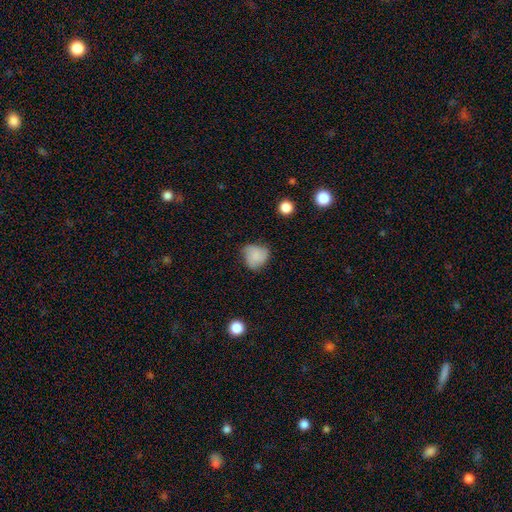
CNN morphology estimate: A smooth galaxy with no disk features (73%) that is round (67%).

Vote fractions:
- Smooth or featured? smooth: 73% / featured or disk: 18% / star or artifact: 9%
- How rounded? round: 67% / in between: 32% / cigar-shaped: 1%
- Merging? none: 54% / minor disturbance: 34% / major disturbance: 10% / merger: 2%